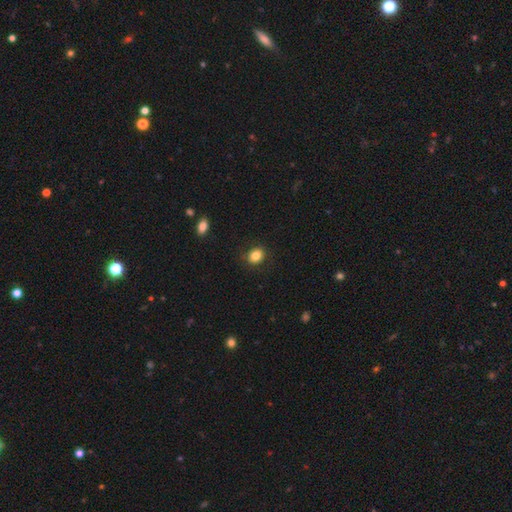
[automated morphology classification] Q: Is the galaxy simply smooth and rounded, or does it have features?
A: smooth — 83%.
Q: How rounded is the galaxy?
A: round — 57%.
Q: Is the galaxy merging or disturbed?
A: none — 86%.